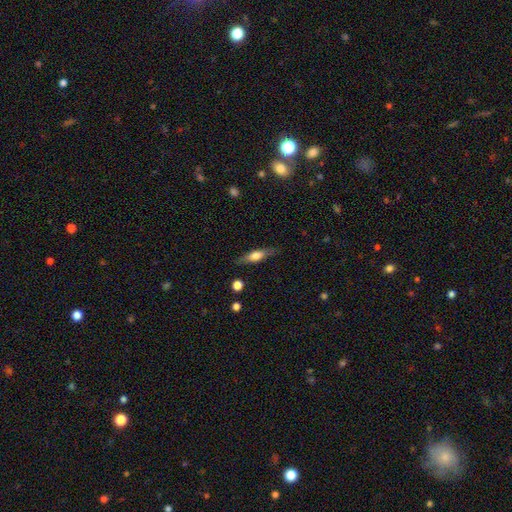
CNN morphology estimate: A smooth galaxy with no disk features (48%).

Vote fractions:
- Smooth or featured? smooth: 48% / featured or disk: 45% / star or artifact: 7%
- Merging? none: 82% / minor disturbance: 13% / major disturbance: 4% / merger: 2%